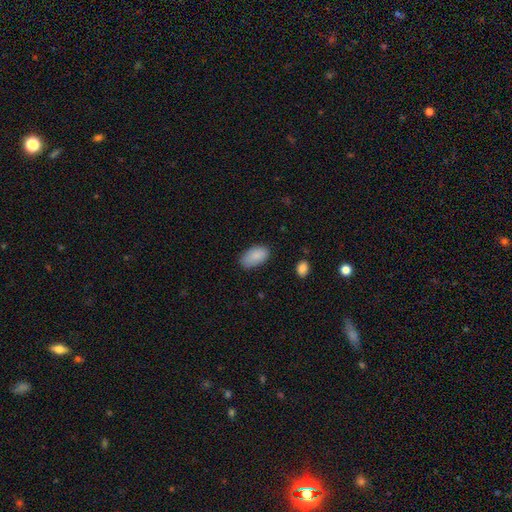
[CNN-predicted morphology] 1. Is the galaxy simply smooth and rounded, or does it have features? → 88% smooth, 7% star or artifact, 6% featured or disk.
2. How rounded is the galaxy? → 94% in between, 4% round, 2% cigar-shaped.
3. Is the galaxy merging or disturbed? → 75% none, 19% minor disturbance, 4% major disturbance, 2% merger.